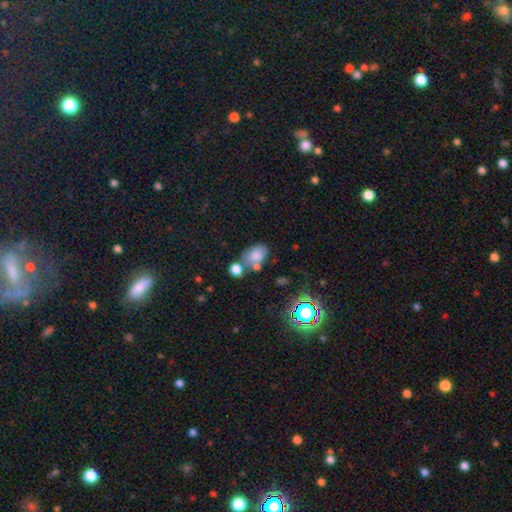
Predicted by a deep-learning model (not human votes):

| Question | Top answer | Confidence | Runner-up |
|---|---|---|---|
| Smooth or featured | smooth | 75% | star or artifact (13%) |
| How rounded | in between | 82% | round (17%) |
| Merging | none | 47% | merger (28%) |